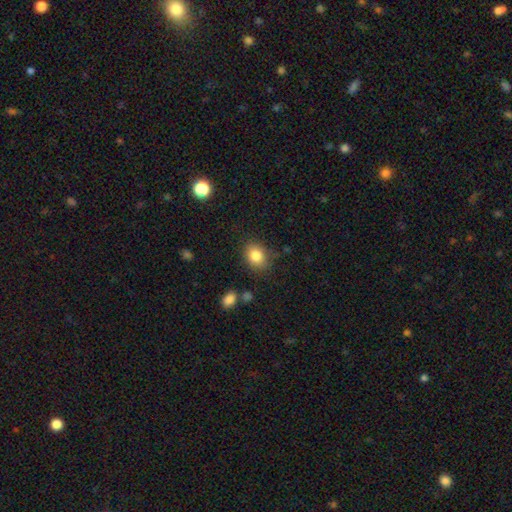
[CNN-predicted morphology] Smooth or featured?
  - smooth: 83% *
  - star or artifact: 9%
  - featured or disk: 7%
How rounded?
  - in between: 52% *
  - round: 47%
  - cigar-shaped: 1%
Merging?
  - none: 81% *
  - minor disturbance: 13%
  - major disturbance: 4%
  - merger: 2%